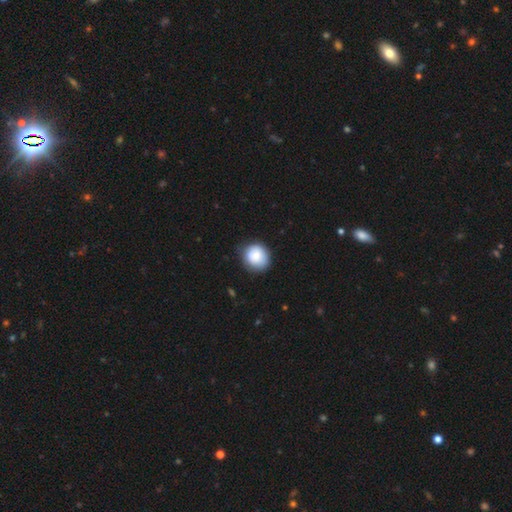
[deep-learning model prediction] Q: Smooth or featured?
A: smooth (82%); runner-up: featured or disk (10%)
Q: How rounded?
A: round (85%); runner-up: in between (14%)
Q: Merging?
A: none (78%); runner-up: minor disturbance (17%)